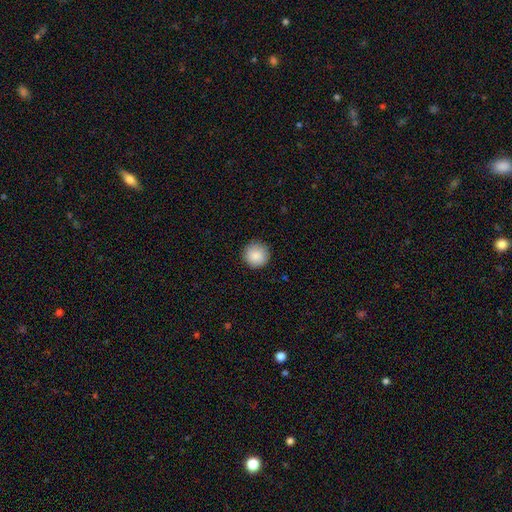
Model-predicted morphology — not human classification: Smooth or featured? smooth (88%)
How rounded? round (96%)
Merging? none (91%)